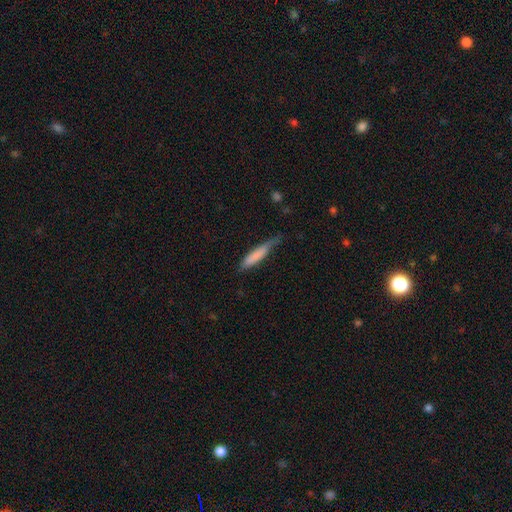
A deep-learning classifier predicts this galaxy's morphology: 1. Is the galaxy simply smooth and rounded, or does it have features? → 78% smooth, 17% featured or disk, 6% star or artifact.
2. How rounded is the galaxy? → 85% cigar-shaped, 14% in between, 1% round.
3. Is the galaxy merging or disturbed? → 54% none, 35% minor disturbance, 9% major disturbance, 2% merger.